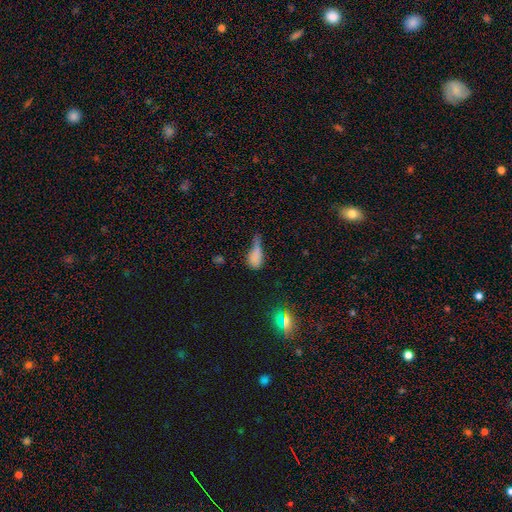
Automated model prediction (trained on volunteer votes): Overall: smooth (73%). How rounded: in between (75%). Merging: major disturbance (36%; minor disturbance 35%).